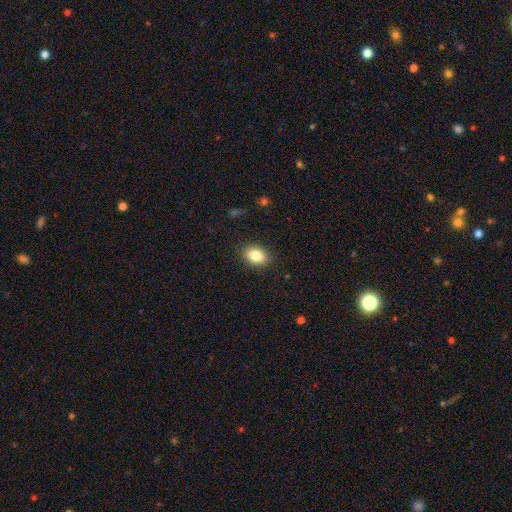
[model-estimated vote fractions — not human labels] A smooth galaxy with no disk features (83%) that is in between round and cigar-shaped (84%).

Vote fractions:
- Smooth or featured? smooth: 83% / featured or disk: 9% / star or artifact: 8%
- How rounded? in between: 84% / round: 15% / cigar-shaped: 2%
- Merging? none: 87% / minor disturbance: 9% / major disturbance: 2% / merger: 1%